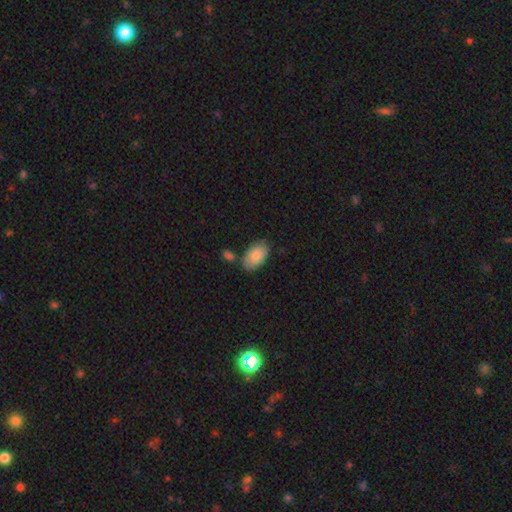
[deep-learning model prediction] This is clearly a smooth galaxy (84%). How rounded: clearly in between (95%). Merging: likely none (73%).